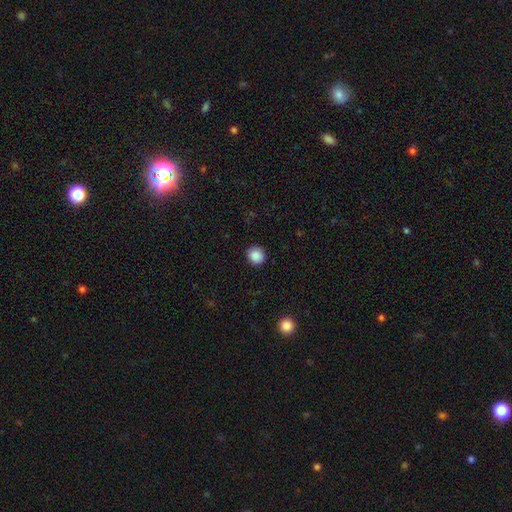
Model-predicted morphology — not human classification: smooth 88%, star or artifact 9%, featured or disk 3%. Down the decision tree: how rounded — round (86%); merging — none (91%).